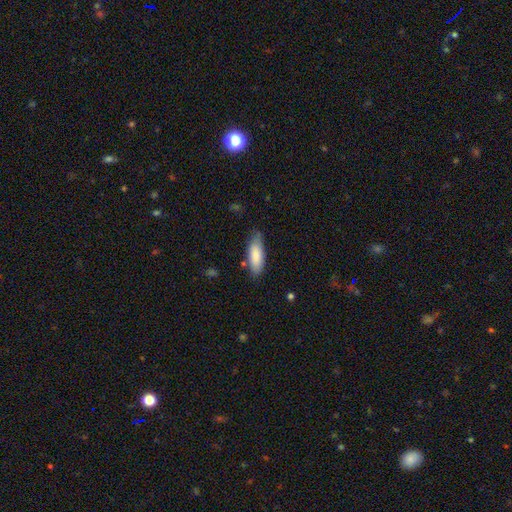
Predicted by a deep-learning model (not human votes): Smooth or featured?
  - smooth: 83% *
  - featured or disk: 11%
  - star or artifact: 6%
How rounded?
  - in between: 69% *
  - cigar-shaped: 29%
  - round: 2%
Merging?
  - none: 71% *
  - minor disturbance: 23%
  - major disturbance: 4%
  - merger: 3%